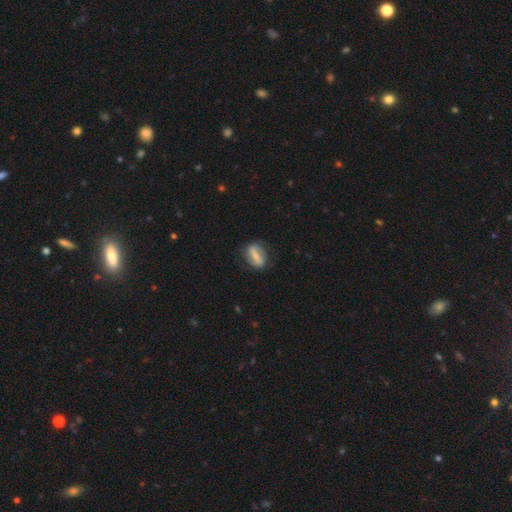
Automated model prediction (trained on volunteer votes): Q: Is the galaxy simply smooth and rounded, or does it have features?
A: featured or disk — 47%.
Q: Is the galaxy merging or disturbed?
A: none — 74%.